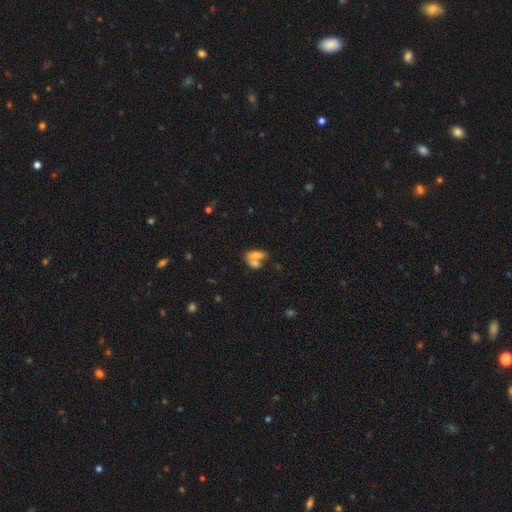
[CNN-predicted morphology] Smooth or featured? smooth (66%)
How rounded? in between (80%)
Merging? merger (61%)